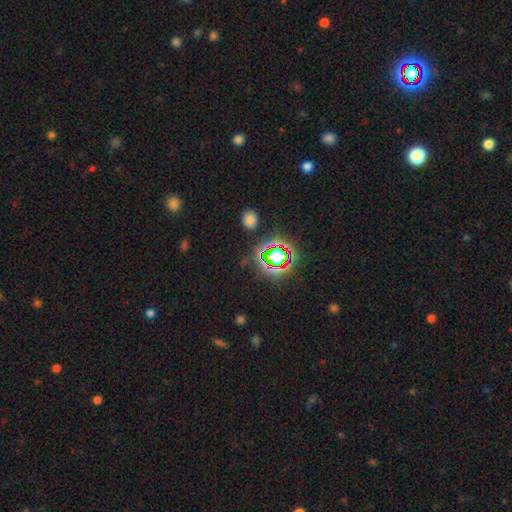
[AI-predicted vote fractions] The model was most divided on "smooth or featured": star or artifact: 76%, smooth: 16%, featured or disk: 9%.